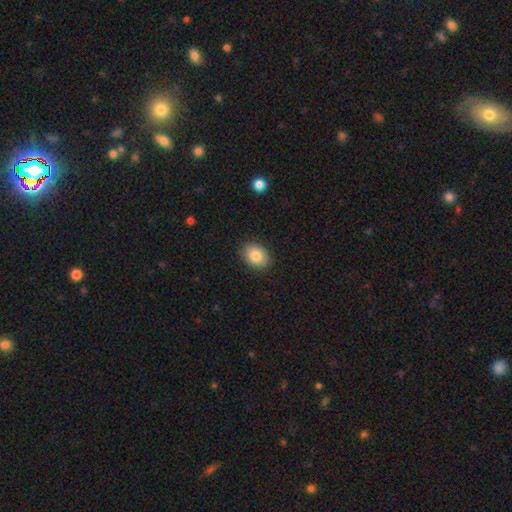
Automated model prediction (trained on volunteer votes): Smooth or featured: smooth — 85% (star or artifact — 8%)
How rounded: in between — 70% (round — 29%)
Merging: none — 89% (minor disturbance — 8%)